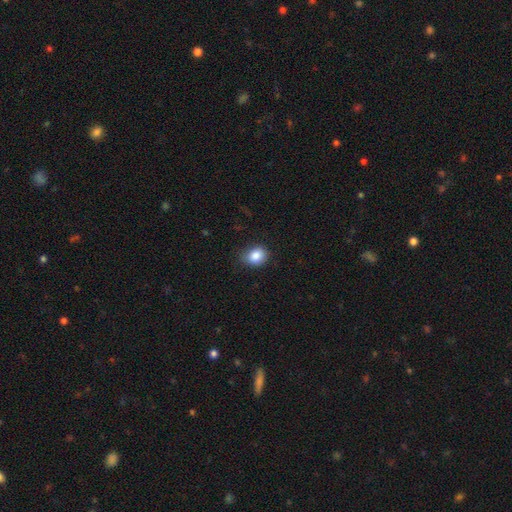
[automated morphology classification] Overall: smooth (86%). How rounded: round (59%; in between 41%). Merging: none (76%).